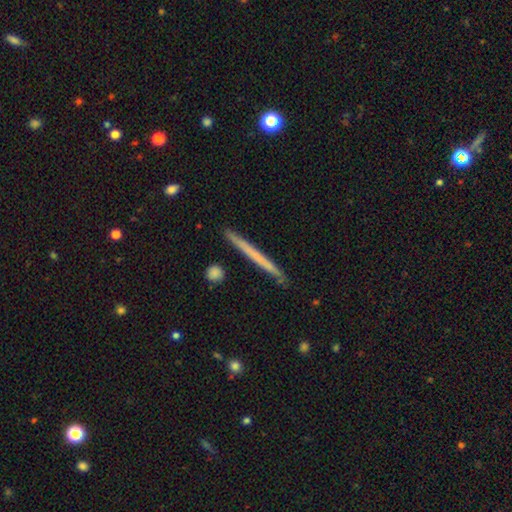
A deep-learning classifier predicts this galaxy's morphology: The model was most divided on "smooth or featured": smooth: 53%, featured or disk: 41%, star or artifact: 6%. More confident: how rounded — cigar-shaped (97%); merging — none (91%).